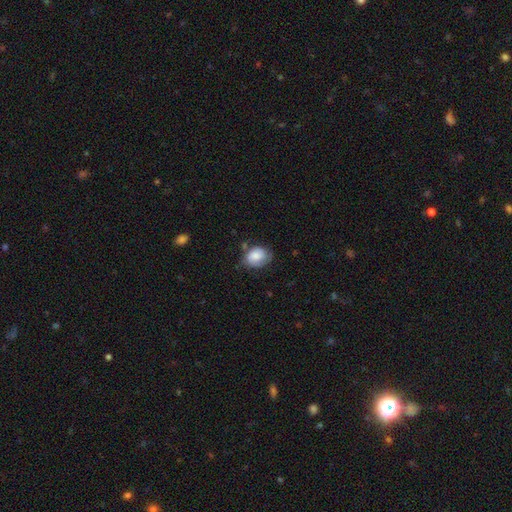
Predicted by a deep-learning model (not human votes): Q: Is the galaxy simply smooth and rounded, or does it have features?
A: smooth — 66%.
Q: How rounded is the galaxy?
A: in between — 66%.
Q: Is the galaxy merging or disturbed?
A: none — 56%.